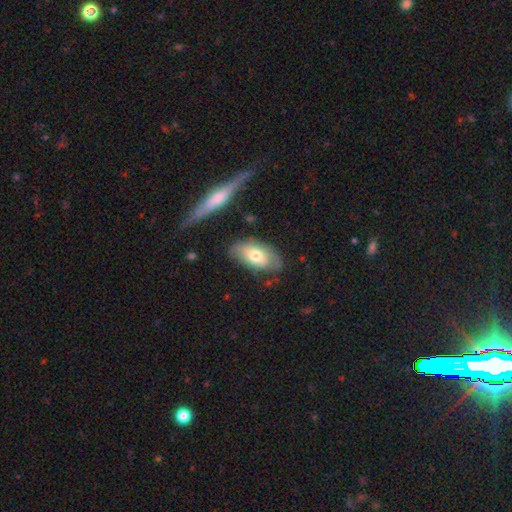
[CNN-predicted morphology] This appears to be a smooth galaxy with no disk features (63%) that is in between round and cigar-shaped (92%). Merging: none (71%).